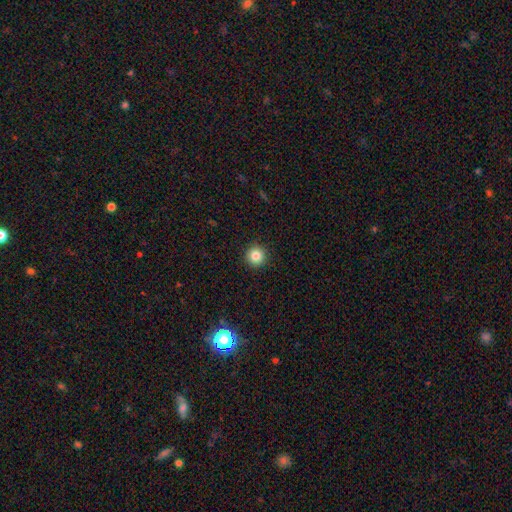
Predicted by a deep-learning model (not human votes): Smooth or featured: smooth — 84% (star or artifact — 11%)
How rounded: round — 95% (in between — 4%)
Merging: none — 92% (minor disturbance — 5%)